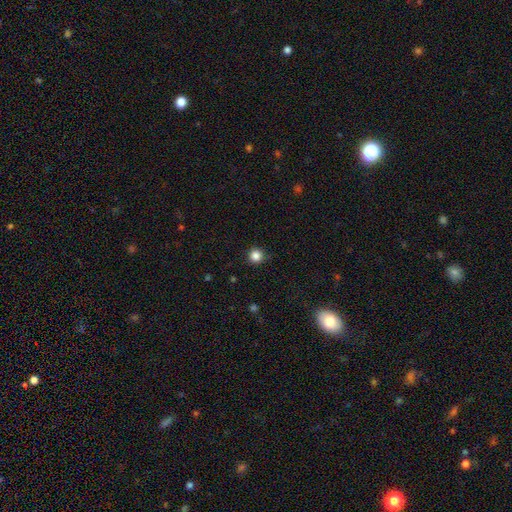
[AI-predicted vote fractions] This is clearly a smooth galaxy (85%). How rounded: clearly round (95%). Merging: clearly none (90%).